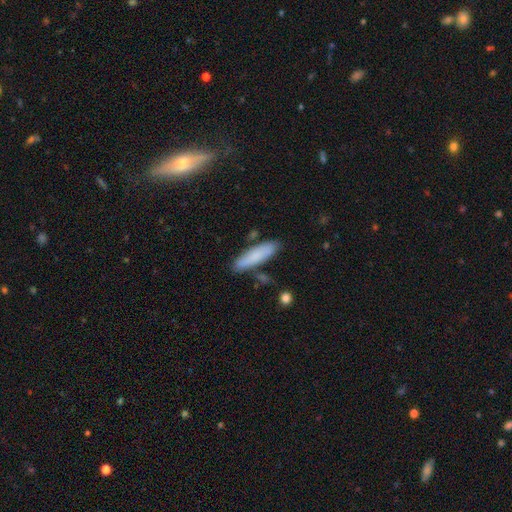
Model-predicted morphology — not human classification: Q: Smooth or featured?
A: smooth (80%); runner-up: featured or disk (14%)
Q: How rounded?
A: cigar-shaped (69%); runner-up: in between (29%)
Q: Merging?
A: none (81%); runner-up: minor disturbance (12%)